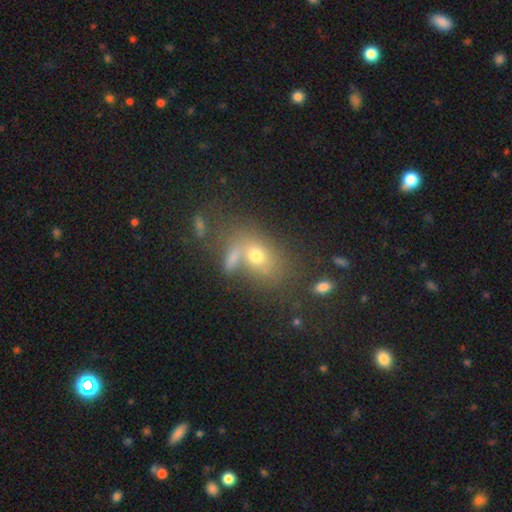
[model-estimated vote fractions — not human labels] Morphology: type=smooth (63%); roundness=in between (65%); merging=none (44%).